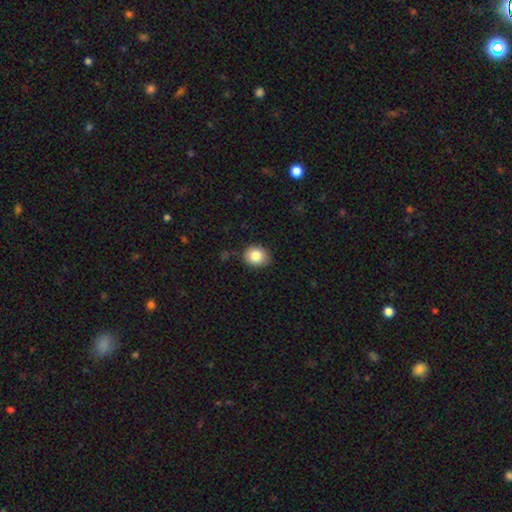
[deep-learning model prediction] Smooth or featured?
  - smooth: 83% *
  - star or artifact: 9%
  - featured or disk: 8%
How rounded?
  - round: 68% *
  - in between: 32%
  - cigar-shaped: 1%
Merging?
  - none: 84% *
  - minor disturbance: 12%
  - major disturbance: 2%
  - merger: 1%